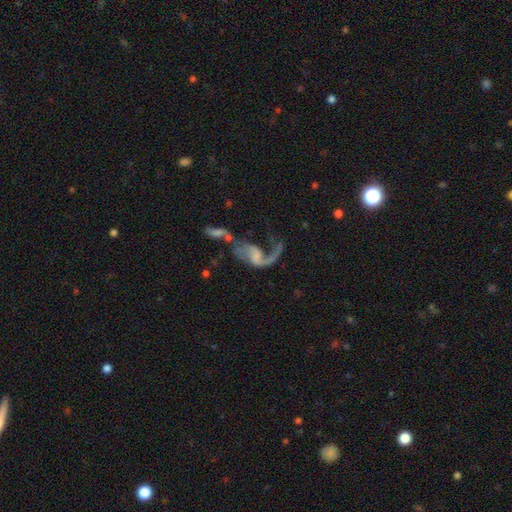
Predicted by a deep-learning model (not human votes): The model was most divided on "merging": merger: 35%, major disturbance: 32%, none: 22%, minor disturbance: 11%. Remaining: edge-on disk — no (96%); spiral arms — yes (83%); spiral winding — loose (83%); smooth or featured — featured or disk (77%); bar — no (54%); bulge size — none (50%); spiral arm count — 2 (48%).